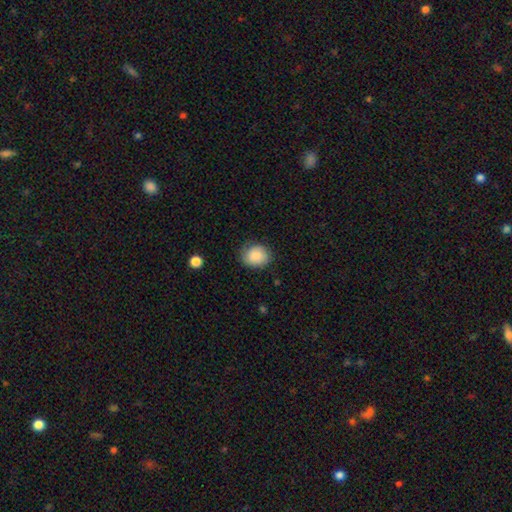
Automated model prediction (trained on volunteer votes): smooth 85%, featured or disk 8%, star or artifact 7%. Down the decision tree: how rounded — round (65%); merging — none (76%).